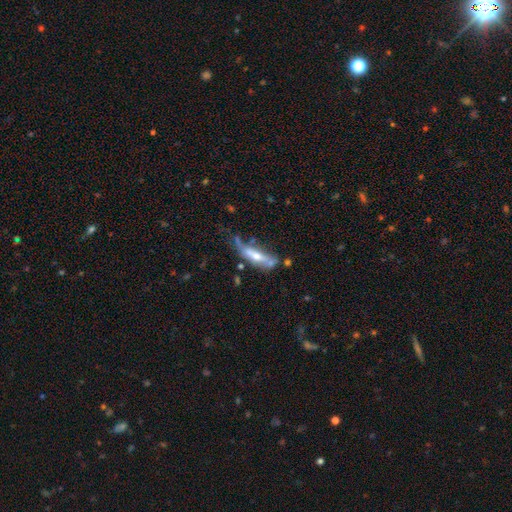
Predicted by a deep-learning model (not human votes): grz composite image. It shows a featured or disk galaxy (53%) viewed edge-on (59%). Merging: none (36%).